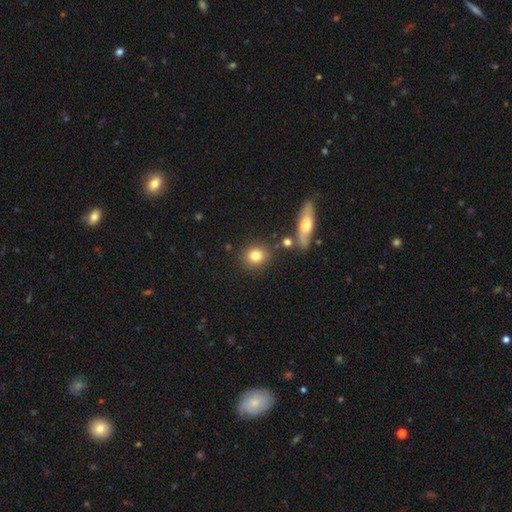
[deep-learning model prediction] smooth-or-featured: smooth: 80% | featured or disk: 10% | star or artifact: 10%
  how-rounded: round: 77% | in between: 21% | cigar-shaped: 2%
  merging: none: 81% | minor disturbance: 9% | merger: 7% | major disturbance: 3%